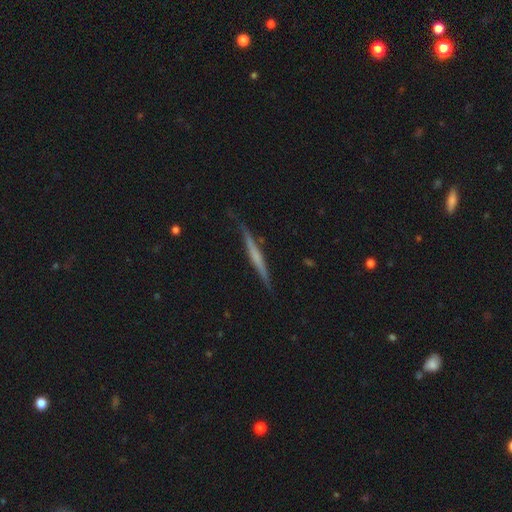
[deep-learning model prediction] Smooth or featured?
  - featured or disk: 60% *
  - smooth: 34%
  - star or artifact: 6%
Edge-on disk?
  - yes: 97% *
  - no: 3%
Edge-on bulge?
  - none: 60% *
  - rounded: 25%
  - boxy: 15%
Merging?
  - none: 84% *
  - minor disturbance: 12%
  - major disturbance: 2%
  - merger: 2%